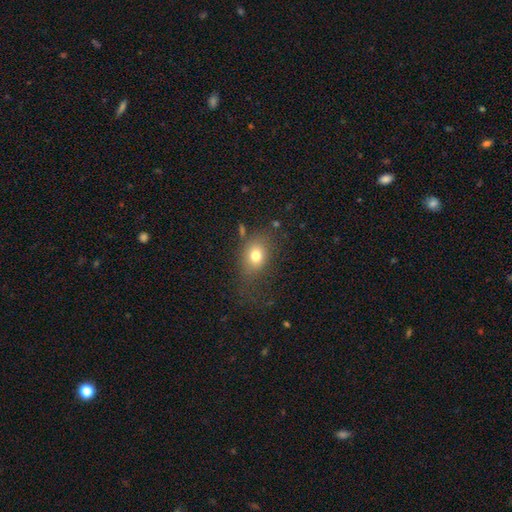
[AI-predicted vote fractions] This is likely a smooth galaxy (75%). How rounded: possibly in between (56%). Merging: likely none (61%).